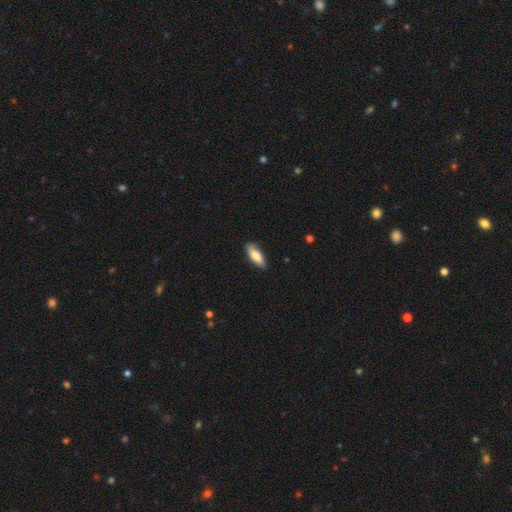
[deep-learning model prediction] smooth 81%, featured or disk 14%, star or artifact 5%. Down the decision tree: how rounded — in between (64%); merging — none (86%).